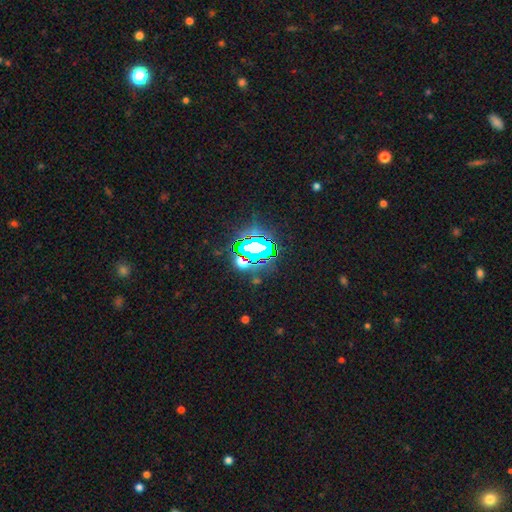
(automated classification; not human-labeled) Smooth or featured?
  - star or artifact: 73% *
  - smooth: 16%
  - featured or disk: 11%